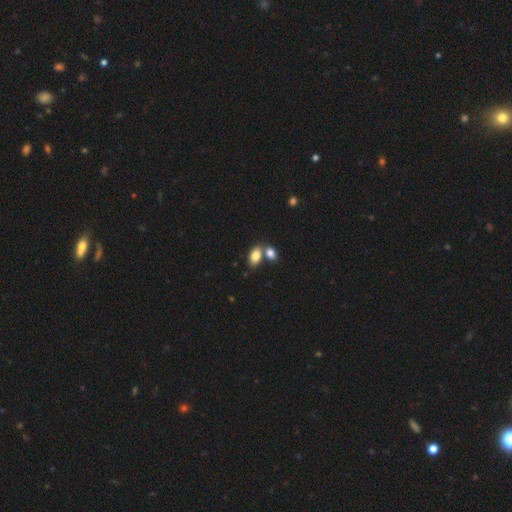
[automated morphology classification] This appears to be a smooth galaxy with no disk features (83%) that is in between round and cigar-shaped (89%). Merging: none (46%).